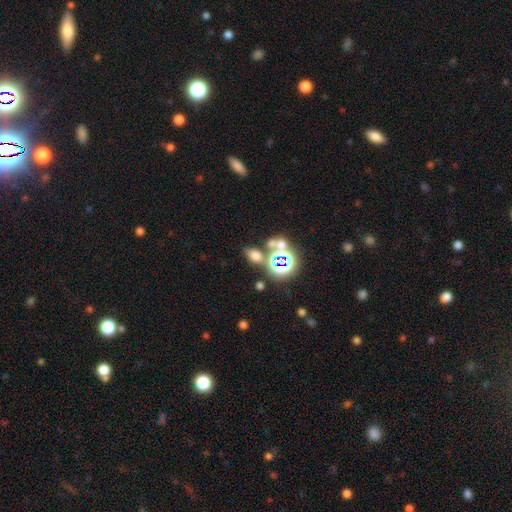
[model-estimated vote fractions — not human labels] Overall: smooth (58%; star or artifact 31%). How rounded: in between (70%). Merging: none (62%).